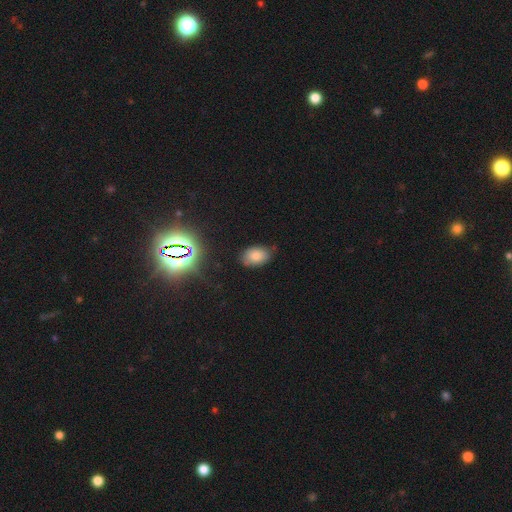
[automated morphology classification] A smooth galaxy with no disk features (67%) that is in between round and cigar-shaped (83%). Merging: none (77%).